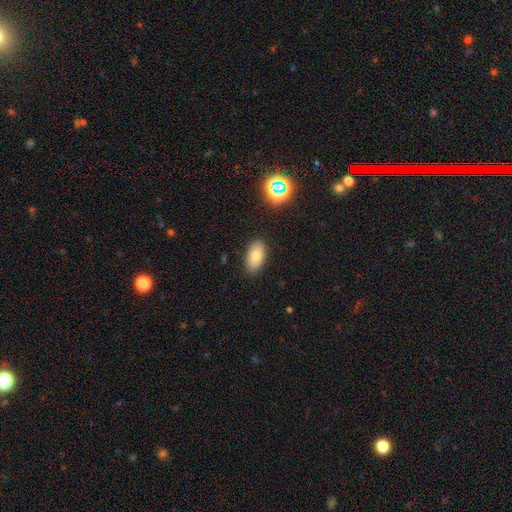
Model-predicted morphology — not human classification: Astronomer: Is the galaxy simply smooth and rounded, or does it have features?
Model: smooth — 77%.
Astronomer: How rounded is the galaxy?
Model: in between — 93%.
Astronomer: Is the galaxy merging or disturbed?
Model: none — 86%.